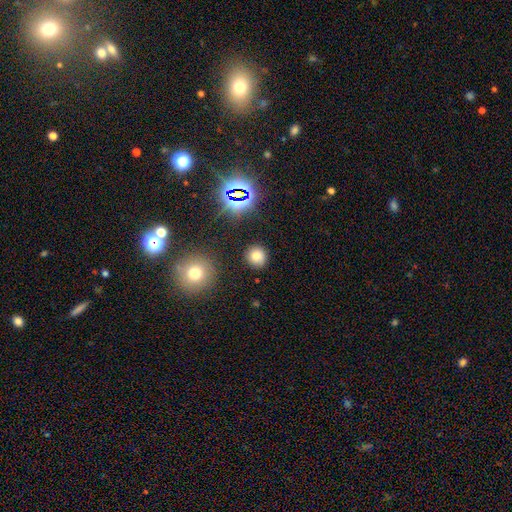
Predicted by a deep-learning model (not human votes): This is likely a smooth galaxy (74%). How rounded: clearly round (90%). Merging: clearly none (89%).